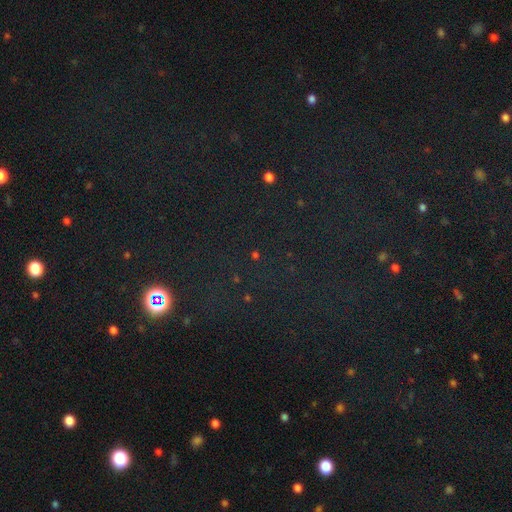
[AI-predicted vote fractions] The model was most divided on "smooth or featured": star or artifact: 74%, smooth: 18%, featured or disk: 9%.